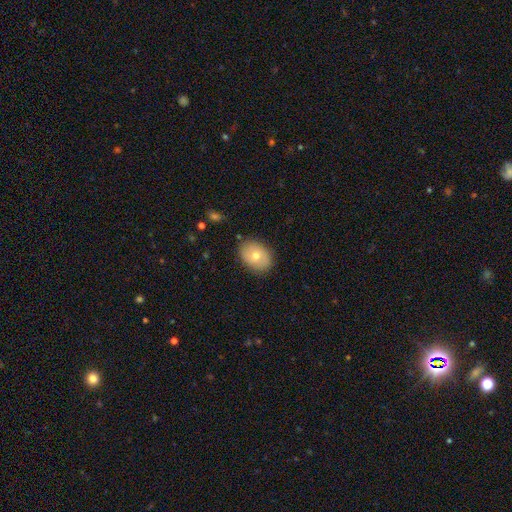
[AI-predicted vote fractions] This is likely a smooth galaxy (69%). How rounded: likely in between (69%). Merging: clearly none (85%).